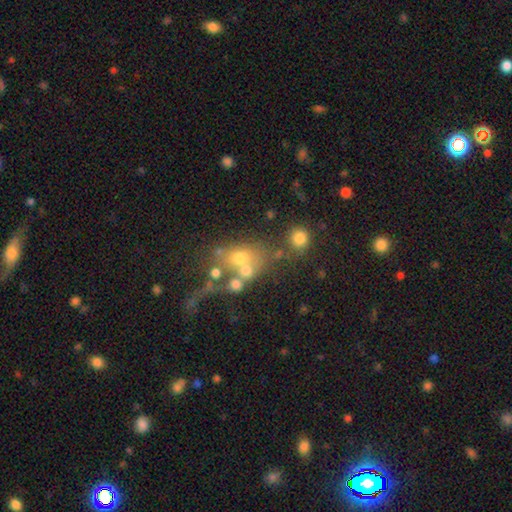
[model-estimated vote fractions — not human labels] smooth-or-featured: star or artifact: 41% | smooth: 37% | featured or disk: 22%